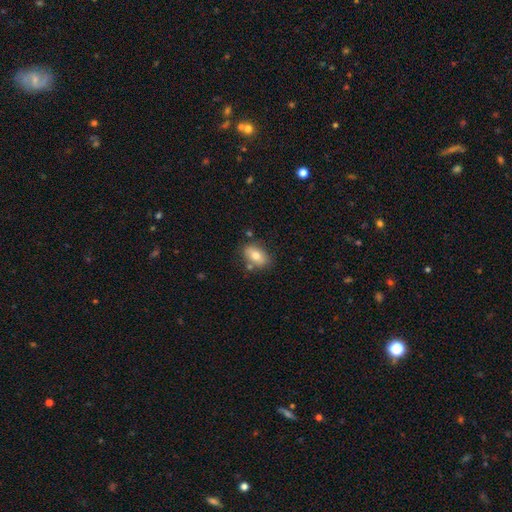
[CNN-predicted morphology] type=smooth (74%); roundness=in between (86%); merging=none (75%).